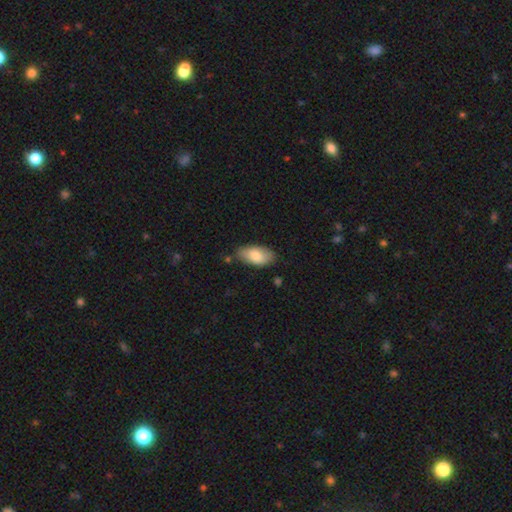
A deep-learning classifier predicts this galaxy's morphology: smooth 81%, featured or disk 13%, star or artifact 6%. Down the decision tree: how rounded — in between (93%); merging — none (77%).